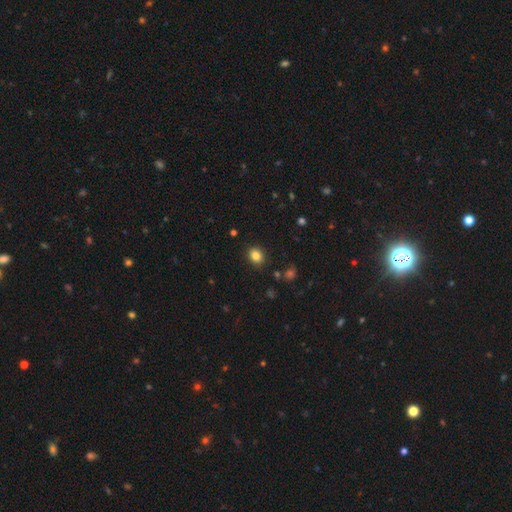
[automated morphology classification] This is clearly a smooth galaxy (84%). How rounded: possibly in between (50%). Merging: clearly none (87%).